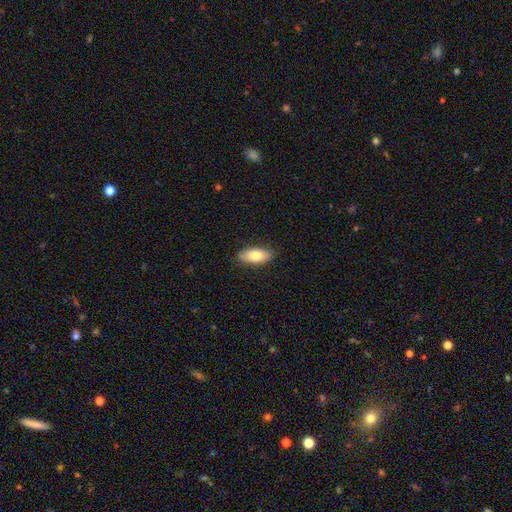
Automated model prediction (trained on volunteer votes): Smooth or featured?
  - smooth: 78% *
  - featured or disk: 16%
  - star or artifact: 6%
How rounded?
  - in between: 87% *
  - cigar-shaped: 10%
  - round: 3%
Merging?
  - none: 84% *
  - minor disturbance: 13%
  - major disturbance: 2%
  - merger: 1%